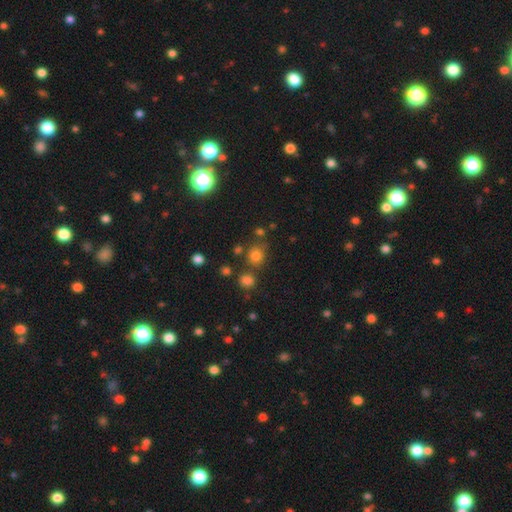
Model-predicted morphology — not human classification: Smooth or featured? smooth (77%)
How rounded? round (83%)
Merging? none (71%)